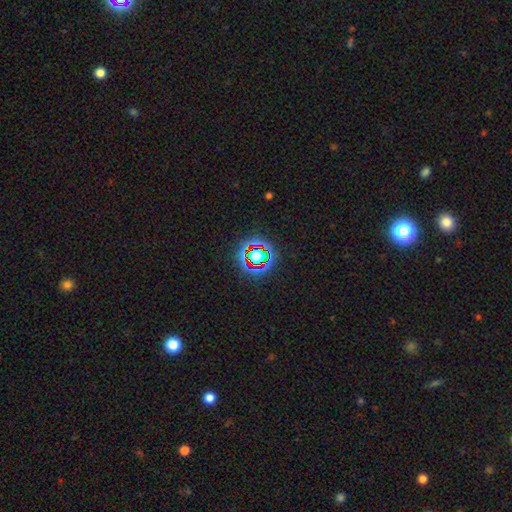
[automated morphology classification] Overall: star or artifact (65%).